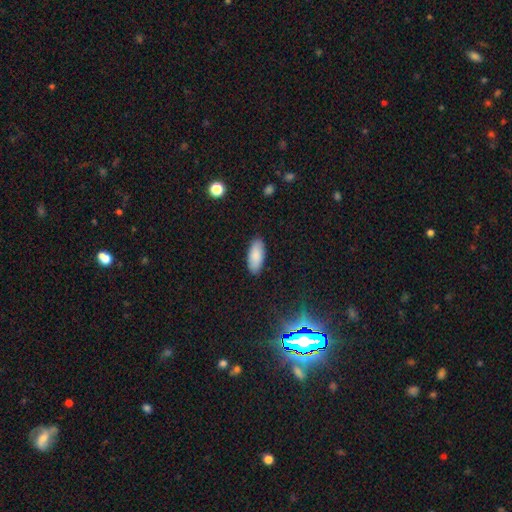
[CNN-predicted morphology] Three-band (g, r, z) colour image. It shows a smooth galaxy with no disk features (87%) that is in between round and cigar-shaped (88%). Merging: none (88%).